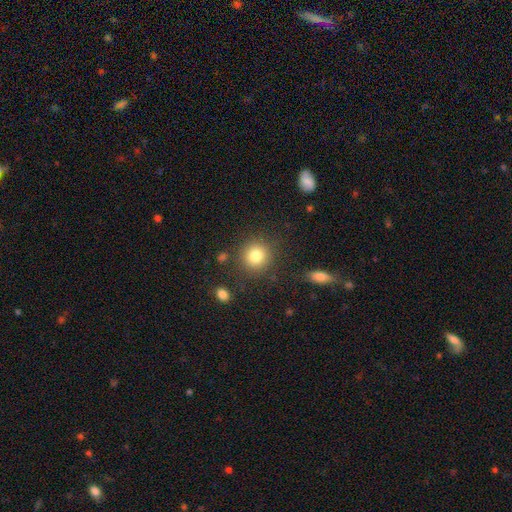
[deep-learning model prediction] This appears to be a smooth galaxy with no disk features (81%) that is round (90%). Merging: none (85%).